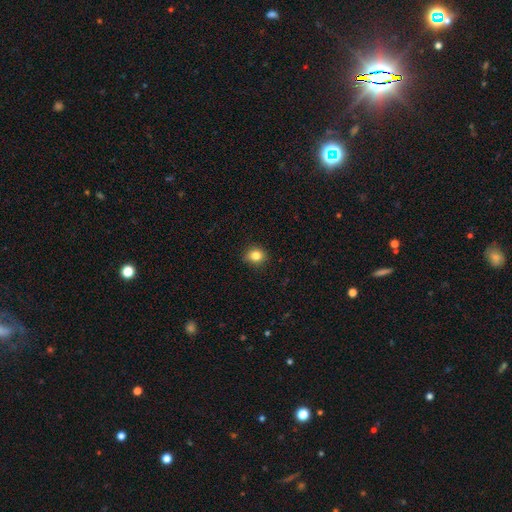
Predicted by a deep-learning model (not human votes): smooth 83%, star or artifact 11%, featured or disk 6%. Down the decision tree: how rounded — round (76%); merging — none (86%).